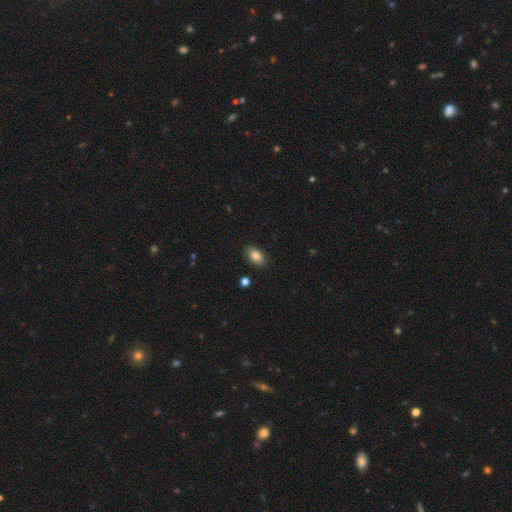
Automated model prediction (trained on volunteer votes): This appears to be a smooth galaxy with no disk features (84%) that is in between round and cigar-shaped (90%). Merging: none (86%).